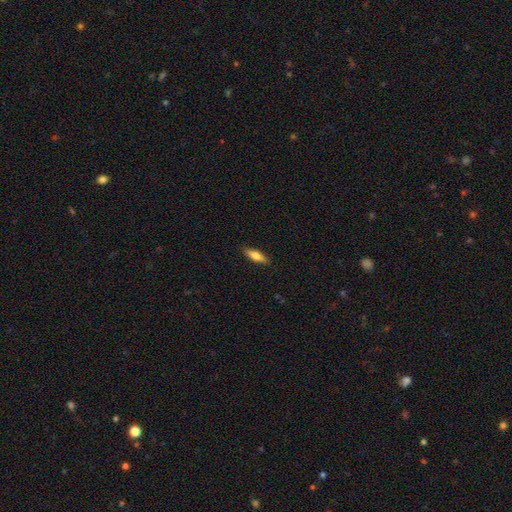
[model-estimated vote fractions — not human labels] A smooth galaxy with no disk features (72%) that is cigar-shaped (50%).

Vote fractions:
- Smooth or featured? smooth: 72% / featured or disk: 22% / star or artifact: 6%
- How rounded? cigar-shaped: 50% / in between: 48% / round: 2%
- Merging? none: 87% / minor disturbance: 10% / major disturbance: 2% / merger: 1%